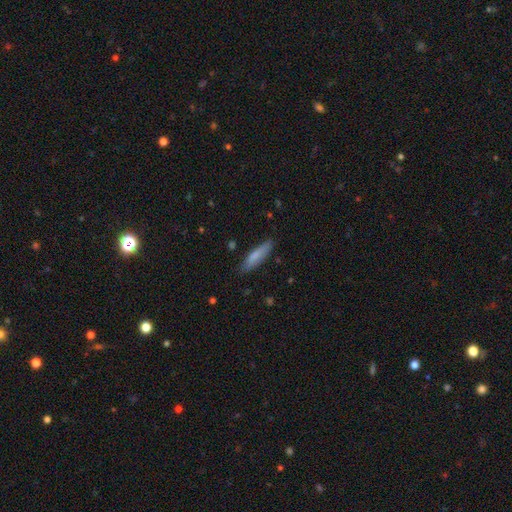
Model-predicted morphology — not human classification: smooth-or-featured: smooth: 76% | featured or disk: 18% | star or artifact: 6%
  how-rounded: cigar-shaped: 77% | in between: 22% | round: 1%
  merging: none: 82% | minor disturbance: 15% | major disturbance: 2% | merger: 1%